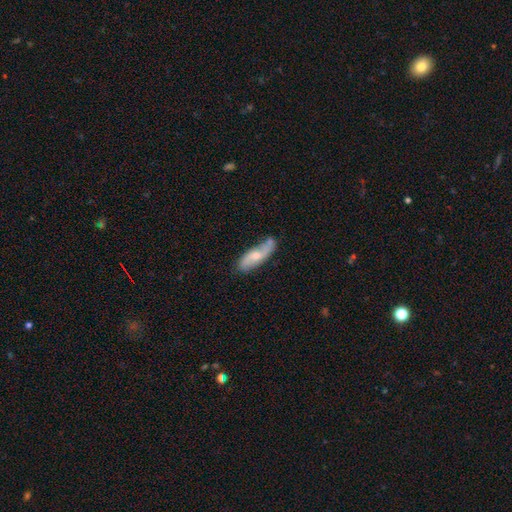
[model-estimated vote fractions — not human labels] Morphology: type=featured or disk (50%); merging=none (61%).